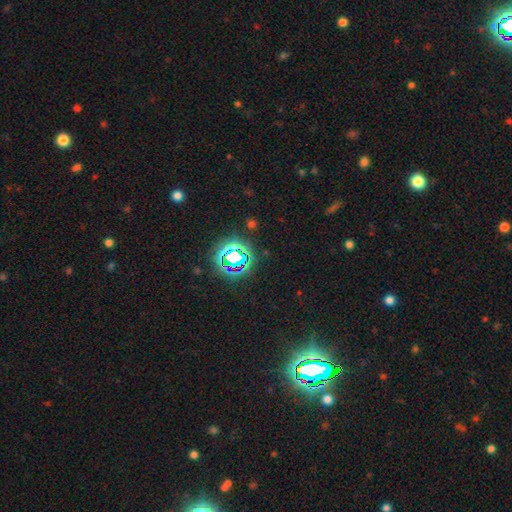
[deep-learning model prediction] Smooth or featured?
  - star or artifact: 79% *
  - smooth: 14%
  - featured or disk: 7%